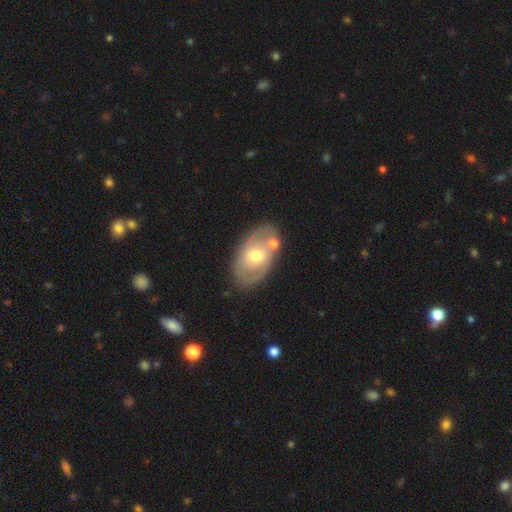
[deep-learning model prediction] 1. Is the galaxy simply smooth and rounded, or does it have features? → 55% featured or disk, 38% smooth, 6% star or artifact.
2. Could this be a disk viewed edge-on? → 92% no, 8% yes.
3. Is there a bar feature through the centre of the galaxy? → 69% no, 24% weak, 6% strong.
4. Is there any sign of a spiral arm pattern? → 55% no, 45% yes.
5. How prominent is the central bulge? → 68% moderate, 23% small, 7% large, 1% none, 1% dominant.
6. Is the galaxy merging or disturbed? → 66% none, 15% minor disturbance, 14% merger, 5% major disturbance.